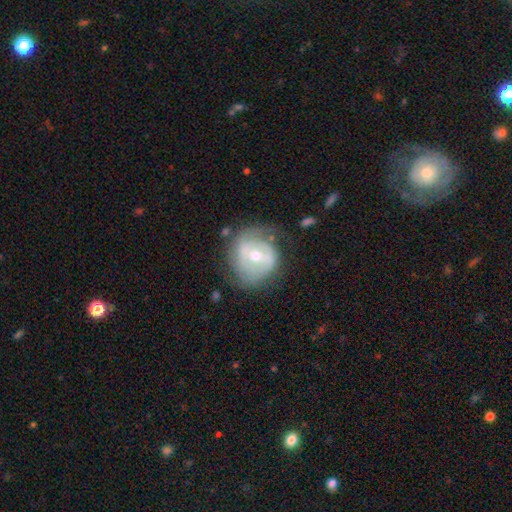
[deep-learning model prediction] Smooth or featured? Predicted: featured or disk (p=0.69). Edge-on disk? Predicted: no (p=0.97). Bar? Predicted: no (p=0.42). Spiral arms? Predicted: yes (p=0.75). Spiral winding? Predicted: tight (p=0.47). Spiral arm count? Predicted: 2 (p=0.53). Bulge size? Predicted: moderate (p=0.56). Merging? Predicted: none (p=0.60).